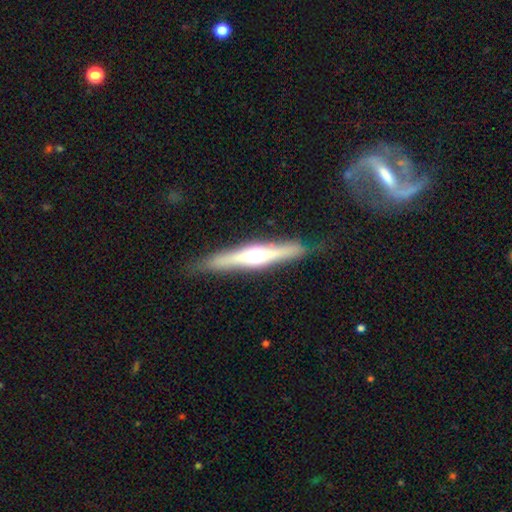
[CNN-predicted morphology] Smooth or featured: featured or disk — 67% (smooth — 27%)
Edge-on disk: yes — 94% (no — 6%)
Edge-on bulge: rounded — 93% (boxy — 4%)
Merging: none — 87% (minor disturbance — 9%)